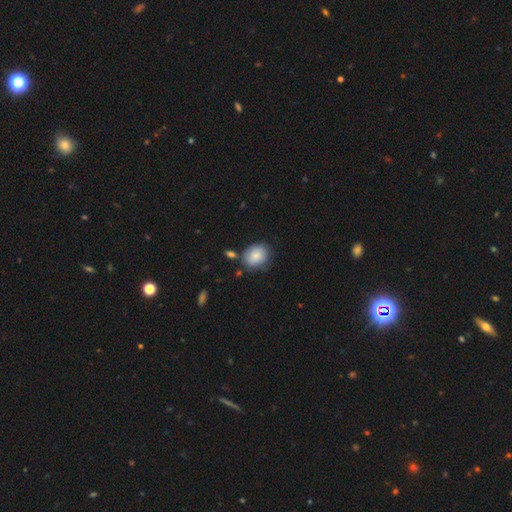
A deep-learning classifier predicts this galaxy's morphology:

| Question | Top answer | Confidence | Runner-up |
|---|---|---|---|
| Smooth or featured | smooth | 86% | star or artifact (7%) |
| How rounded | in between | 50% | round (49%) |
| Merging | none | 71% | minor disturbance (18%) |